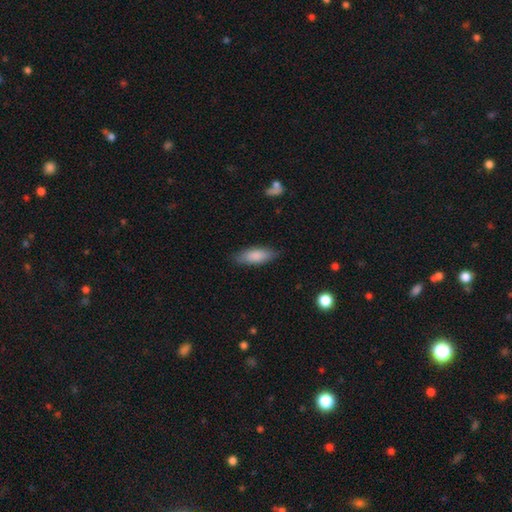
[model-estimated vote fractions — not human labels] The model was most divided on "how rounded": in between: 69%, cigar-shaped: 29%, round: 2%. More confident: smooth or featured — smooth (85%); merging — none (84%).